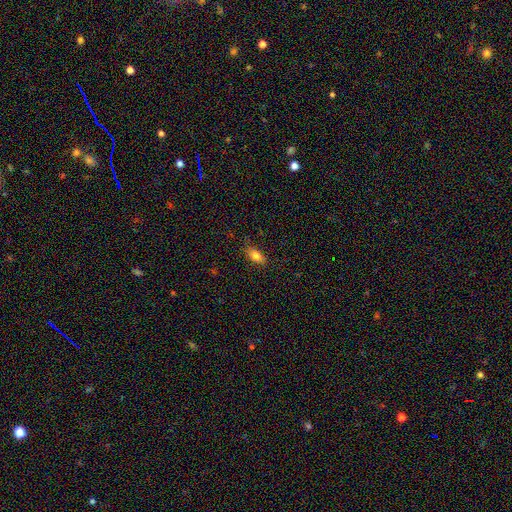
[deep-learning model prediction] Smooth or featured?
  - smooth: 81% *
  - featured or disk: 10%
  - star or artifact: 9%
How rounded?
  - in between: 85% *
  - cigar-shaped: 9%
  - round: 6%
Merging?
  - none: 82% *
  - minor disturbance: 14%
  - major disturbance: 3%
  - merger: 1%